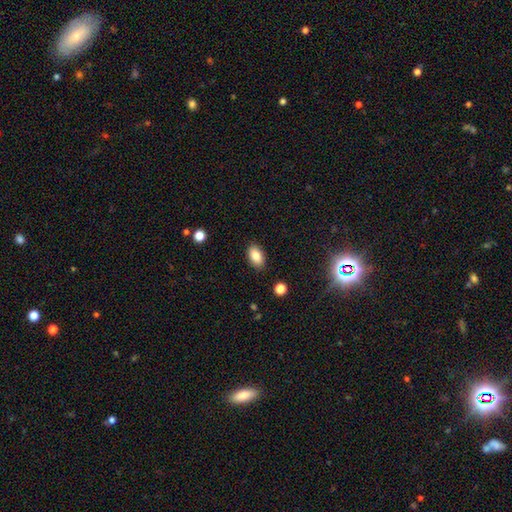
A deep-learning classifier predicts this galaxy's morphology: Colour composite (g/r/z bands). It shows a smooth galaxy with no disk features (84%) that is in between round and cigar-shaped (91%). Merging: none (87%).